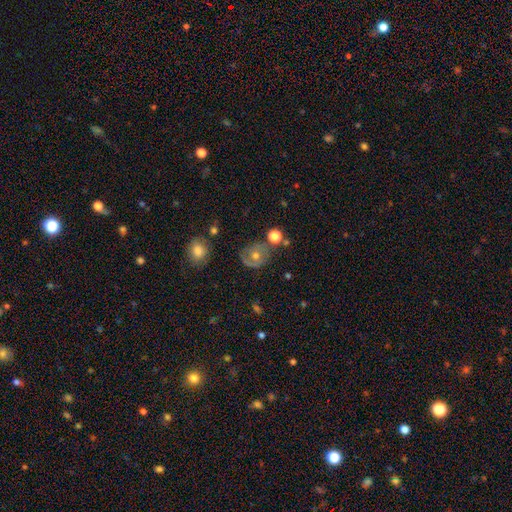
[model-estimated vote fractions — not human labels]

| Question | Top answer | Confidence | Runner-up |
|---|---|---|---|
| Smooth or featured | featured or disk | 52% | smooth (34%) |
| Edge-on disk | no | 96% | yes (4%) |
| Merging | none | 69% | minor disturbance (18%) |